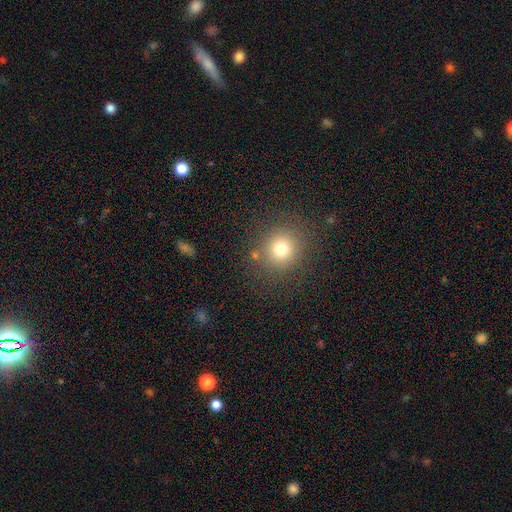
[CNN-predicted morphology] This is likely a smooth galaxy (73%). How rounded: clearly round (88%). Merging: clearly none (85%).